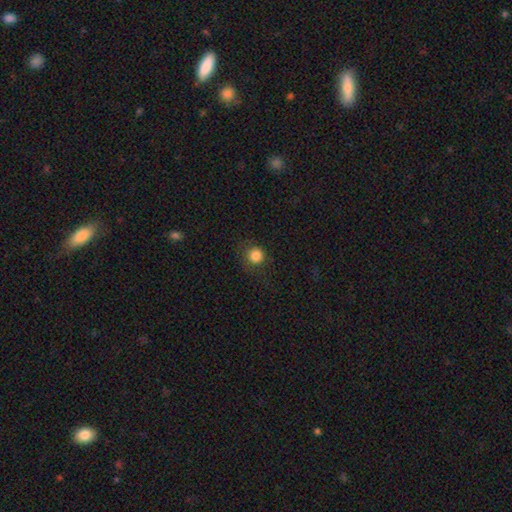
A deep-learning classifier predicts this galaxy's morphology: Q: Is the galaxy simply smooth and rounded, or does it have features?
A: smooth — 84%.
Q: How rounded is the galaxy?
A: round — 93%.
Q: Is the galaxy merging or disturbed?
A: none — 76%.